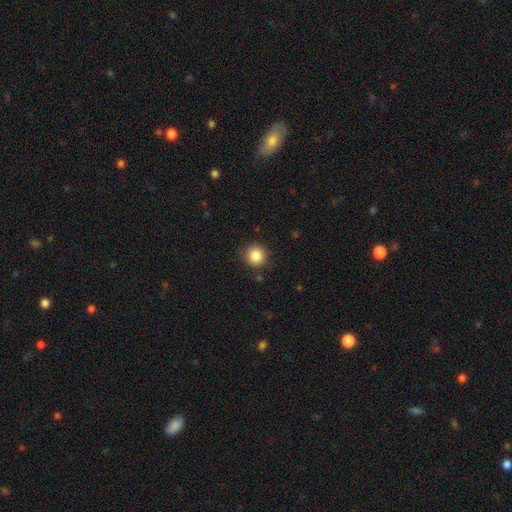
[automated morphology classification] Overall: smooth (86%). How rounded: round (92%). Merging: none (88%).